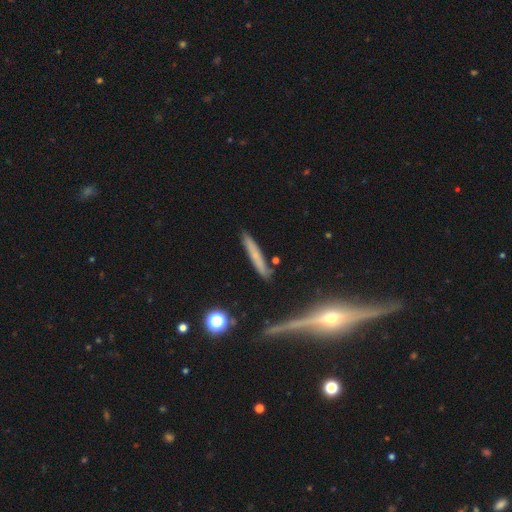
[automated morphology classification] This is possibly a smooth galaxy (55%). How rounded: clearly cigar-shaped (93%). Merging: clearly none (82%).